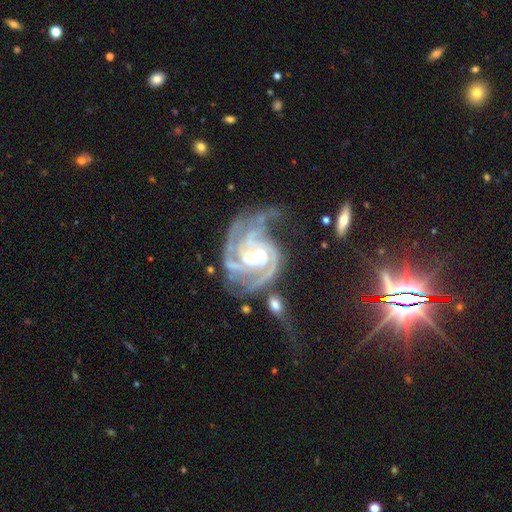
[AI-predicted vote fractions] A featured or disk galaxy (92%) with no bar (59%), 3 (40%) tight (59%) spiral arms (98%) and a small central bulge (59%). Merging: none (43%).